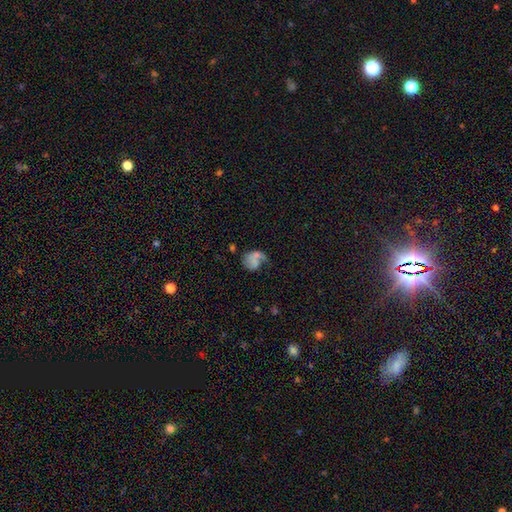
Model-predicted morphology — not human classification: type=smooth (42%); merging=none (33%).